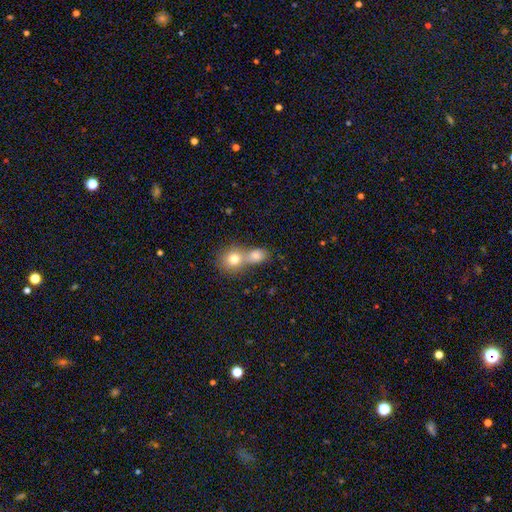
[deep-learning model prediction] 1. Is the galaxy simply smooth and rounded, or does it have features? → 79% smooth, 11% featured or disk, 10% star or artifact.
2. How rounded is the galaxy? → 56% round, 42% in between, 2% cigar-shaped.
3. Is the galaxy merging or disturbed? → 66% merger, 25% none, 6% minor disturbance, 3% major disturbance.